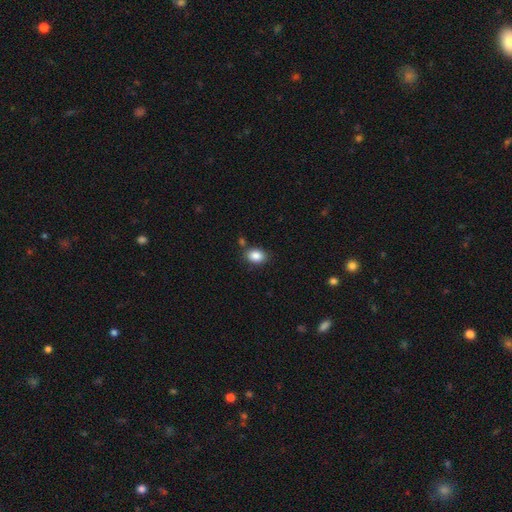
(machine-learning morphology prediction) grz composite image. It shows a smooth galaxy with no disk features (86%) that is in between round and cigar-shaped (70%). Merging: none (79%).